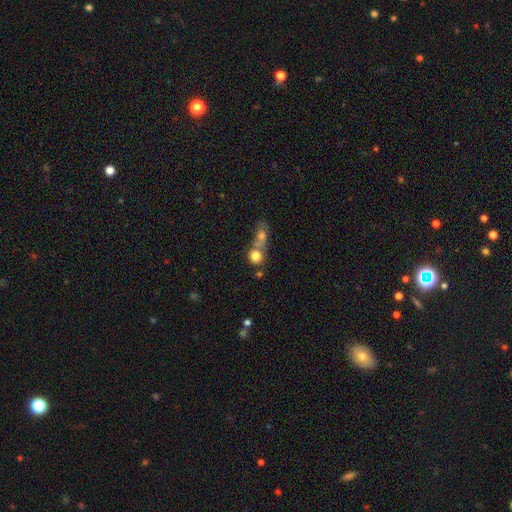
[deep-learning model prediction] A smooth galaxy with no disk features (78%) that is round (78%). Merging: merger (46%).